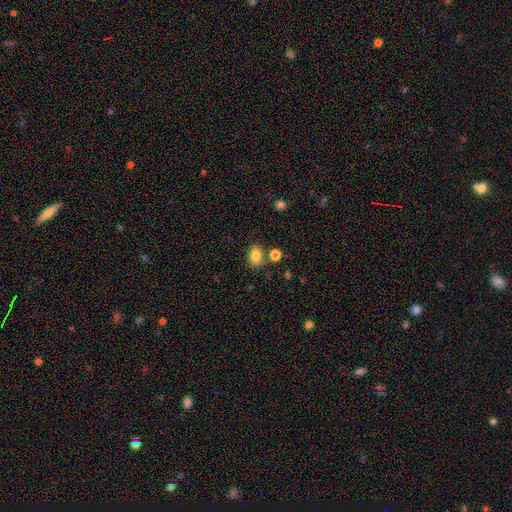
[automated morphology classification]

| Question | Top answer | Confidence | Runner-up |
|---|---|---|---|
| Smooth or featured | smooth | 82% | star or artifact (10%) |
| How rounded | in between | 68% | round (31%) |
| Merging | none | 72% | minor disturbance (13%) |